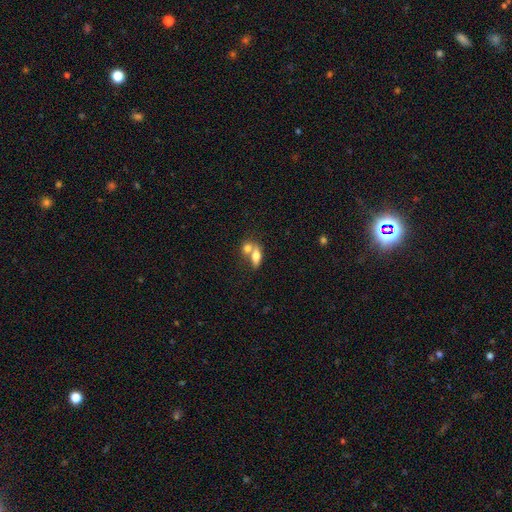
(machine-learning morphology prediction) smooth 72%, featured or disk 20%, star or artifact 8%. Down the decision tree: how rounded — in between (80%); merging — merger (61%).